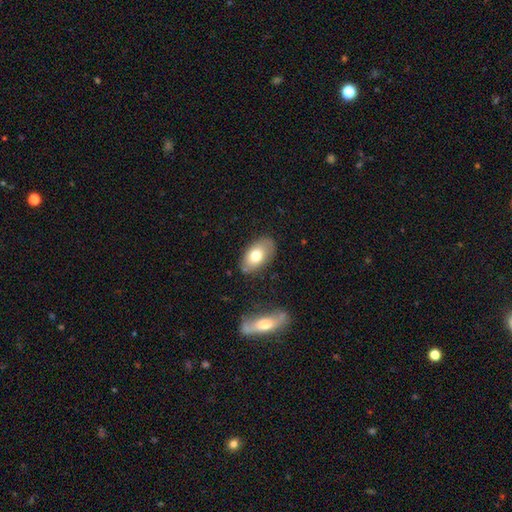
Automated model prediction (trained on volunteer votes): The model was most divided on "smooth or featured": smooth: 71%, featured or disk: 21%, star or artifact: 7%. More confident: how rounded — in between (91%); merging — none (78%).